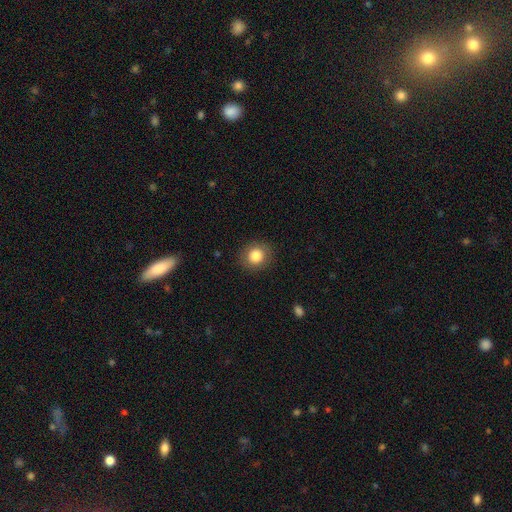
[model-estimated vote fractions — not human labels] This appears to be a smooth galaxy with no disk features (83%) that is round (83%). Merging: none (89%).